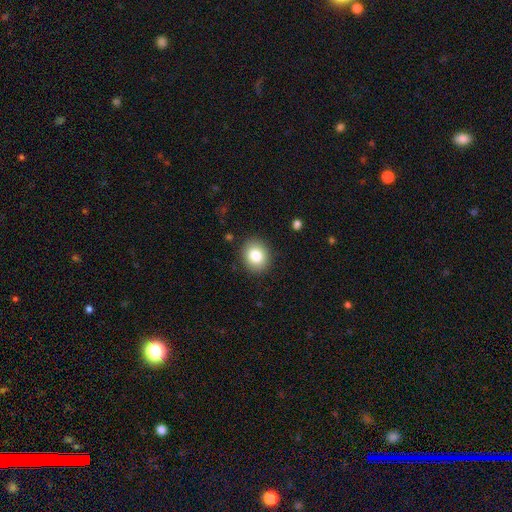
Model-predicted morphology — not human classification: Smooth or featured? smooth (82%)
How rounded? round (63%)
Merging? none (89%)